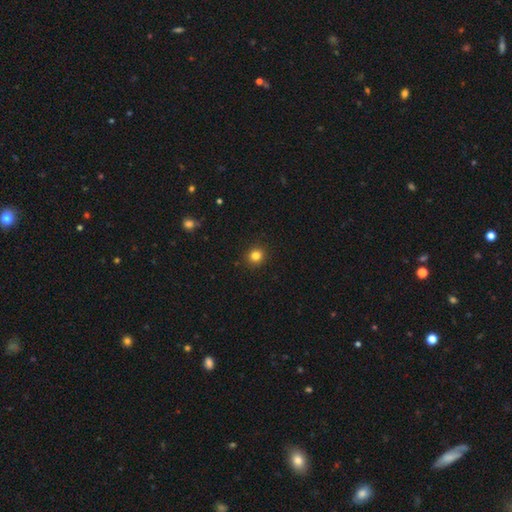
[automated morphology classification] A smooth galaxy with no disk features (83%) that is round (88%). Merging: none (92%).